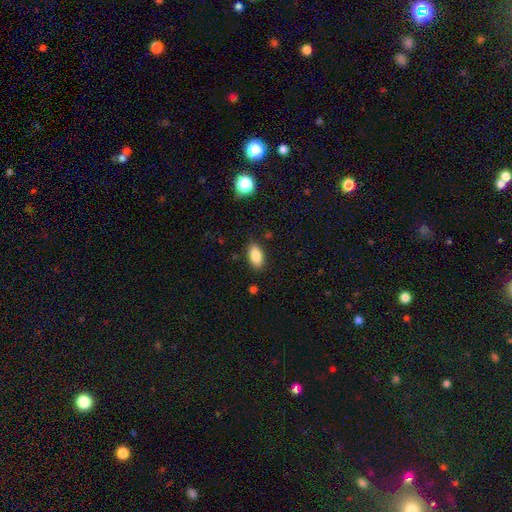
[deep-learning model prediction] This is clearly a smooth galaxy (85%). How rounded: clearly in between (90%). Merging: clearly none (86%).